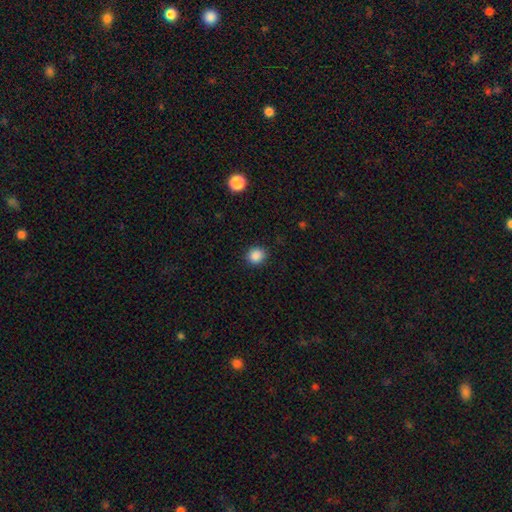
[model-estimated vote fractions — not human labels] A smooth galaxy with no disk features (88%) that is round (82%). Merging: none (90%).